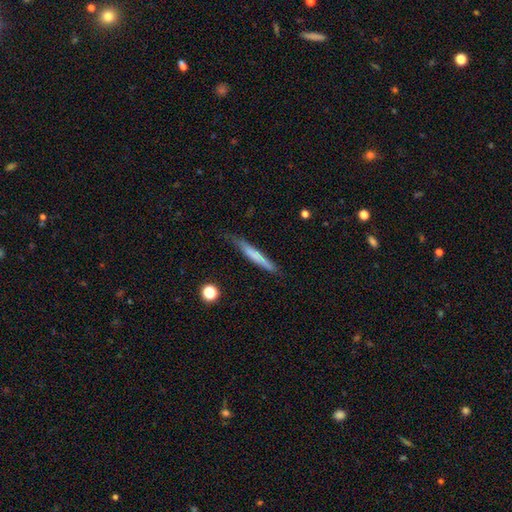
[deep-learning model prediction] This is likely a smooth galaxy (61%). How rounded: clearly cigar-shaped (95%). Merging: likely none (74%).